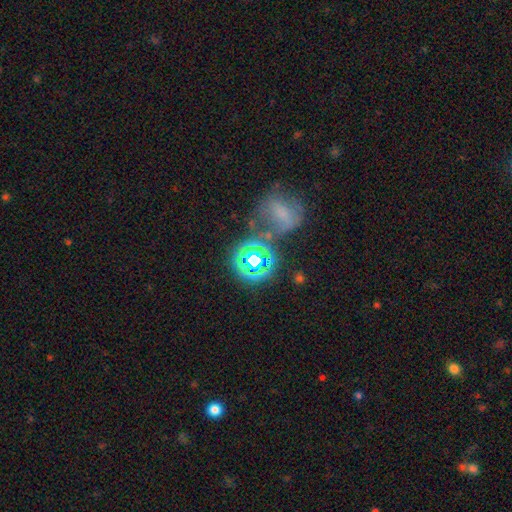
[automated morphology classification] star or artifact 55%, smooth 31%, featured or disk 14%.